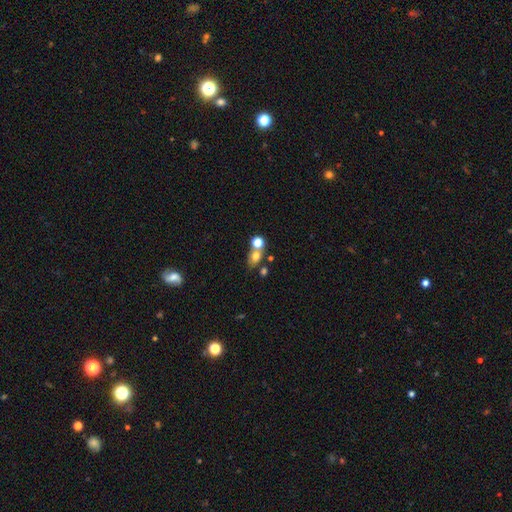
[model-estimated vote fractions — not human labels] The model was most divided on "how rounded": in between: 53%, round: 45%, cigar-shaped: 3%. Remaining: smooth or featured — smooth (70%); merging — none (46%).